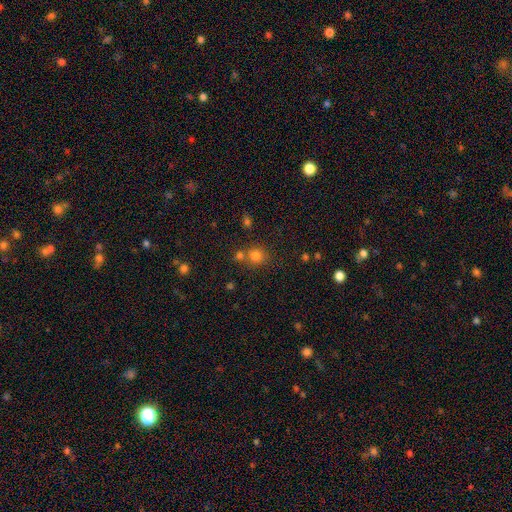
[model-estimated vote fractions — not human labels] Overall: smooth (78%). How rounded: round (84%). Merging: none (62%; merger 26%).